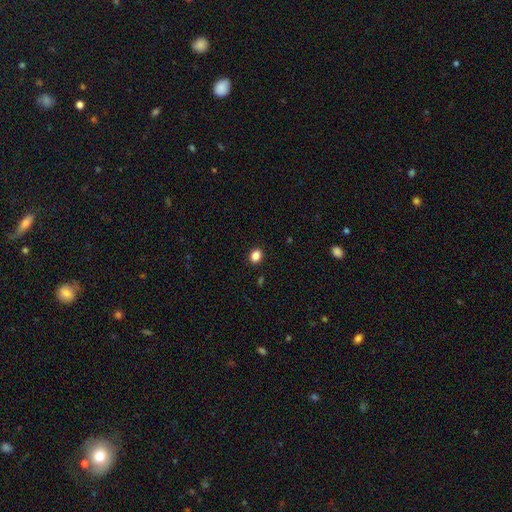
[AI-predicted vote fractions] A smooth galaxy with no disk features (86%) that is in between round and cigar-shaped (58%). Merging: none (90%).